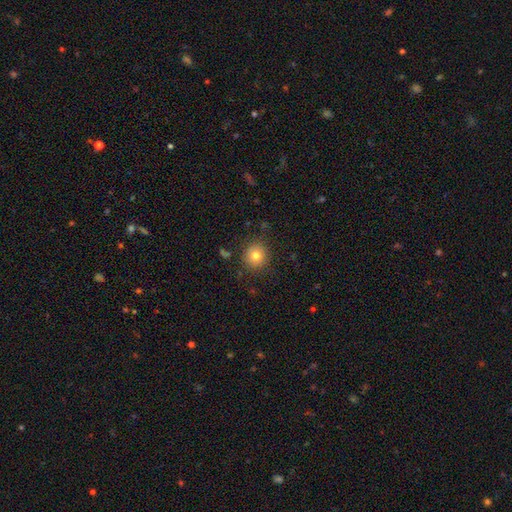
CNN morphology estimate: smooth_or_featured: smooth (p=0.79) [alt: star or artifact p=0.11]
how_rounded: round (p=0.90) [alt: in between p=0.10]
merging: none (p=0.87) [alt: minor disturbance p=0.09]